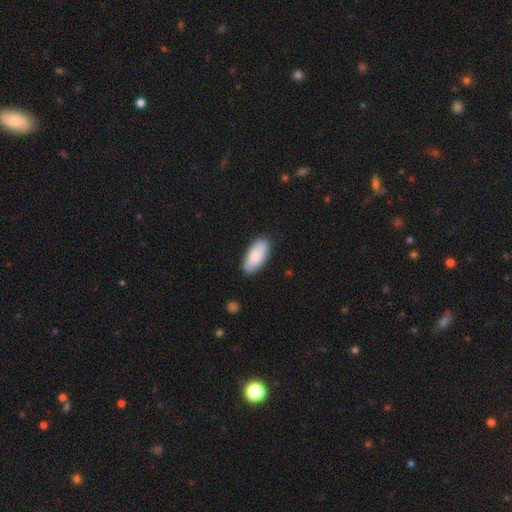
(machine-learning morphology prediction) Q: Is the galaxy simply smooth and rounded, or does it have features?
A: smooth — 81%.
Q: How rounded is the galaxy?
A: in between — 89%.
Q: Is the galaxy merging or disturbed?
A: none — 85%.